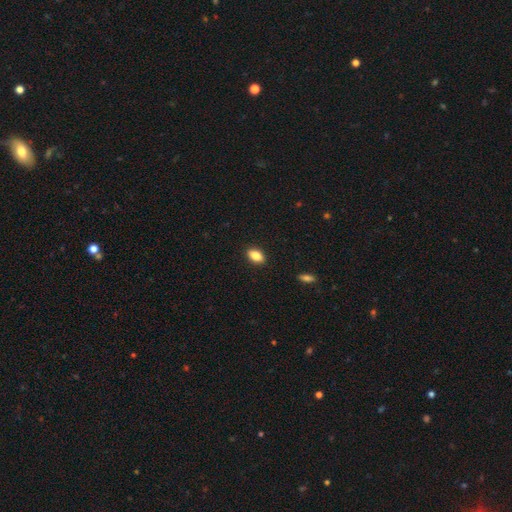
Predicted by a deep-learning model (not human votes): A smooth galaxy with no disk features (84%) that is in between round and cigar-shaped (87%). Merging: none (89%).